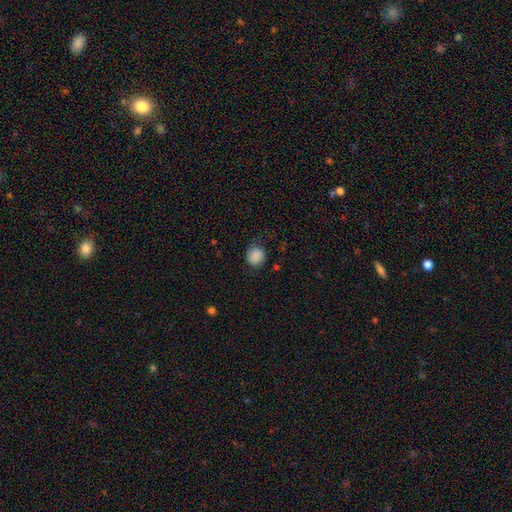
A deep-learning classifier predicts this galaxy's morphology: smooth_or_featured: smooth (p=0.86) [alt: star or artifact p=0.08]
how_rounded: round (p=0.80) [alt: in between p=0.19]
merging: none (p=0.74) [alt: minor disturbance p=0.19]